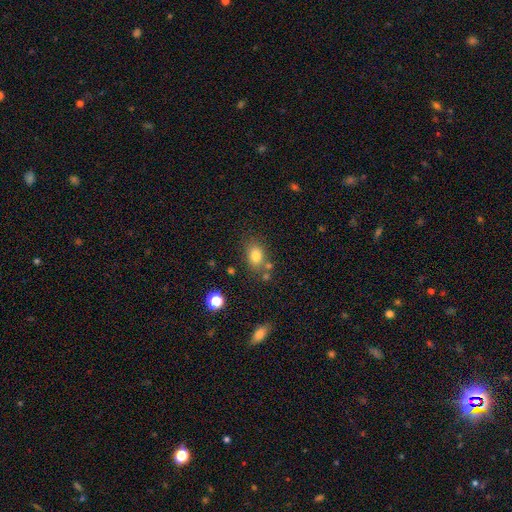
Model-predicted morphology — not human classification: smooth-or-featured: smooth: 79% | star or artifact: 12% | featured or disk: 9%
  how-rounded: in between: 67% | round: 31% | cigar-shaped: 1%
  merging: none: 71% | minor disturbance: 15% | merger: 10% | major disturbance: 5%